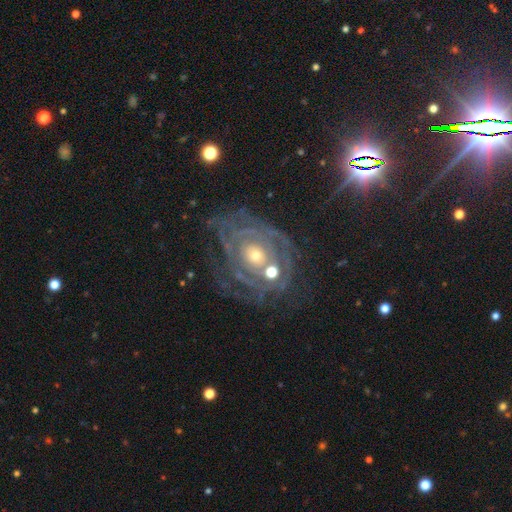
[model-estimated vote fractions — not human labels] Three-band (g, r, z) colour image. It shows a featured or disk galaxy (81%) with no bar (84%), tight (73%) spiral arms (82%) and a small central bulge (53%). Merging: none (57%).